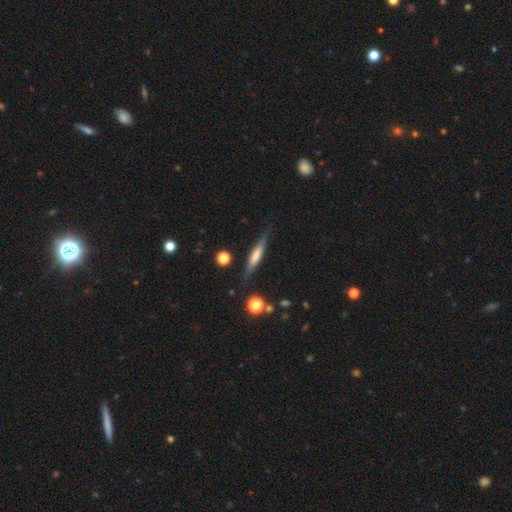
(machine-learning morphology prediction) Overall: featured or disk (50%; smooth 43%). Edge-on disk: yes (94%). Merging: none (83%).